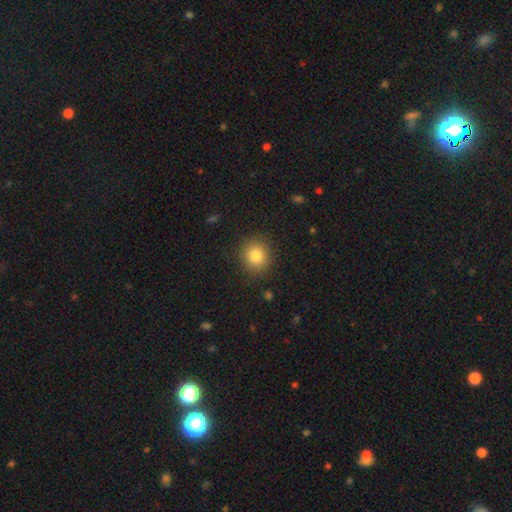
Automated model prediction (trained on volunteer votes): Smooth or featured? Predicted: smooth (p=0.82). How rounded? Predicted: round (p=0.82). Merging? Predicted: none (p=0.88).